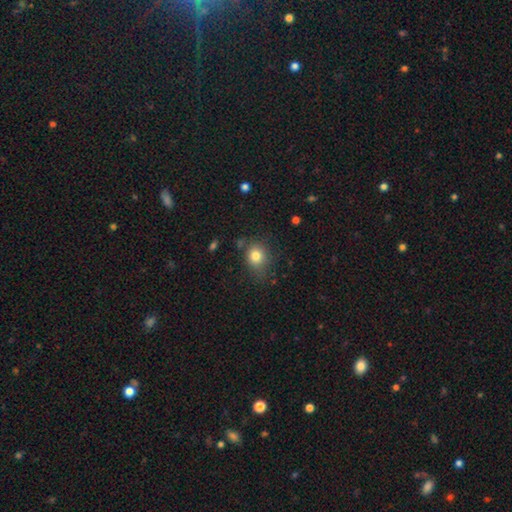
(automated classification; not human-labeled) Smooth or featured? Predicted: smooth (p=0.80). How rounded? Predicted: round (p=0.68). Merging? Predicted: none (p=0.67).